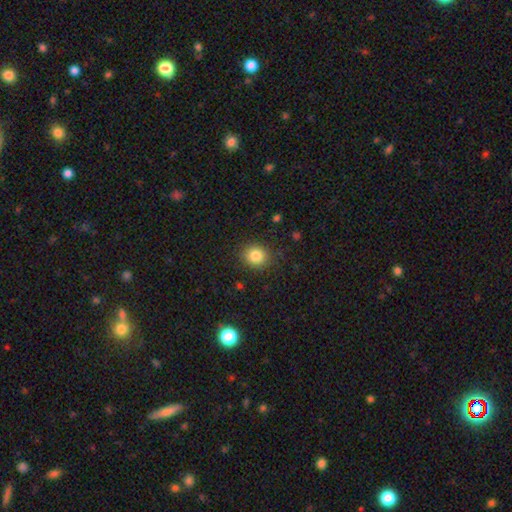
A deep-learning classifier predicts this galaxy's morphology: type=smooth (84%); roundness=round (75%); merging=none (87%).